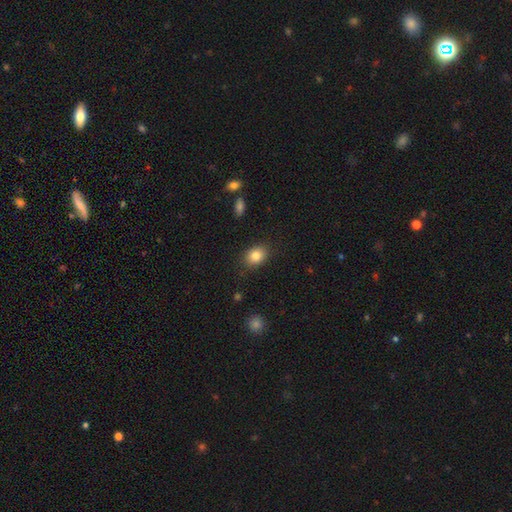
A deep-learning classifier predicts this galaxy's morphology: Q: Smooth or featured?
A: smooth (83%); runner-up: star or artifact (9%)
Q: How rounded?
A: in between (60%); runner-up: round (39%)
Q: Merging?
A: none (85%); runner-up: minor disturbance (11%)